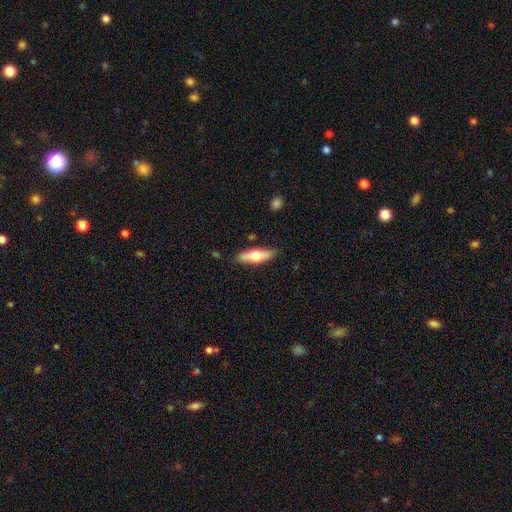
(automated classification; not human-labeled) This appears to be a smooth galaxy with no disk features (55%) that is cigar-shaped (50%). Merging: none (82%).